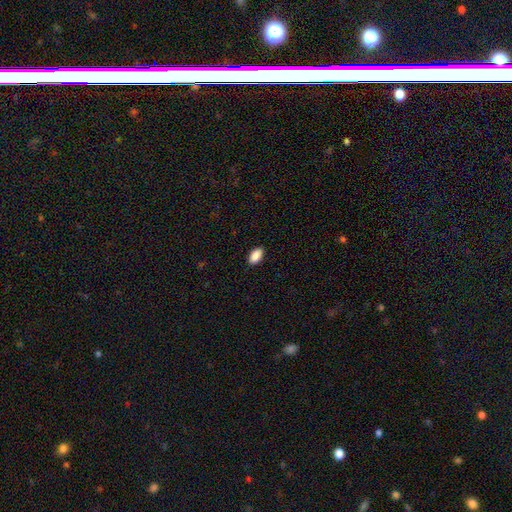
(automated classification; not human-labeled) Smooth or featured? smooth (90%)
How rounded? in between (94%)
Merging? none (89%)